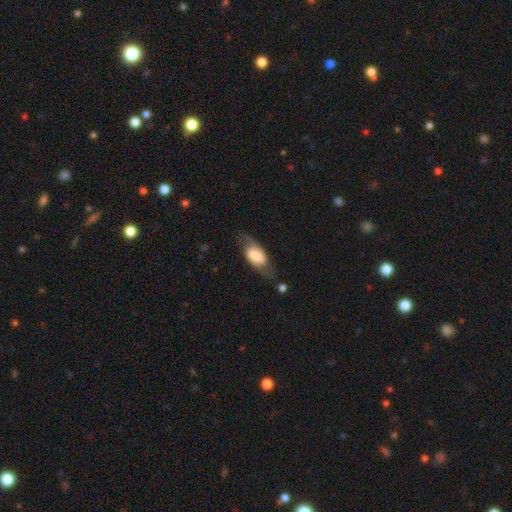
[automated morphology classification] A smooth galaxy with no disk features (48%).

Vote fractions:
- Smooth or featured? smooth: 48% / featured or disk: 45% / star or artifact: 7%
- Merging? none: 63% / minor disturbance: 21% / major disturbance: 14% / merger: 2%